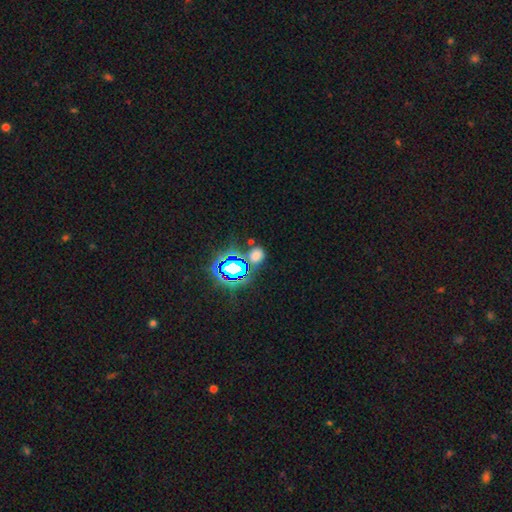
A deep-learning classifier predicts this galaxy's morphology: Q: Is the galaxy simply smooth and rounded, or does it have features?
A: smooth — 51%.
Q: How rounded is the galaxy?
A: round — 62%.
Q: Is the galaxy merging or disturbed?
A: none — 74%.